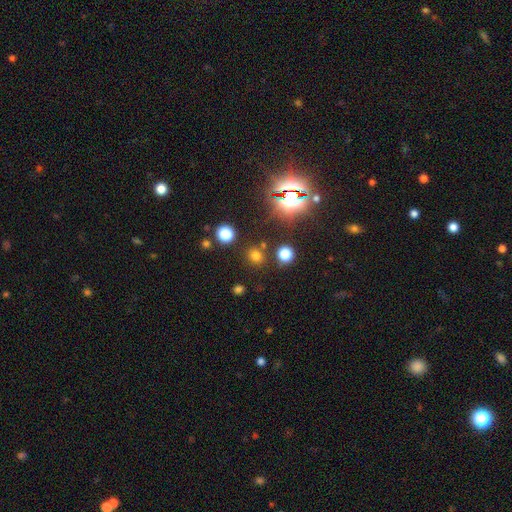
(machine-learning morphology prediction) Smooth or featured? Predicted: smooth (p=0.67). How rounded? Predicted: round (p=0.81). Merging? Predicted: none (p=0.83).